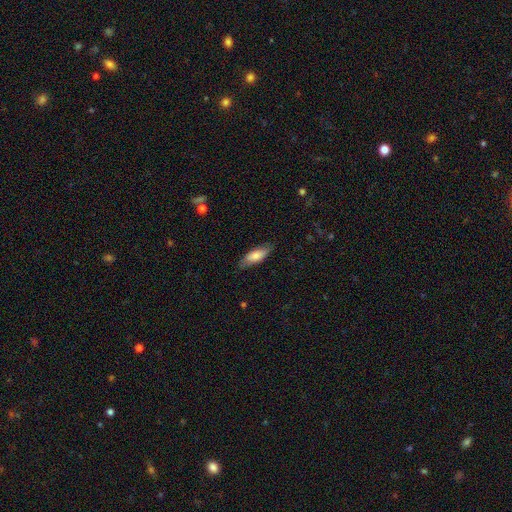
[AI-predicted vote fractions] This is likely a smooth galaxy (76%). How rounded: likely in between (62%). Merging: likely none (78%).